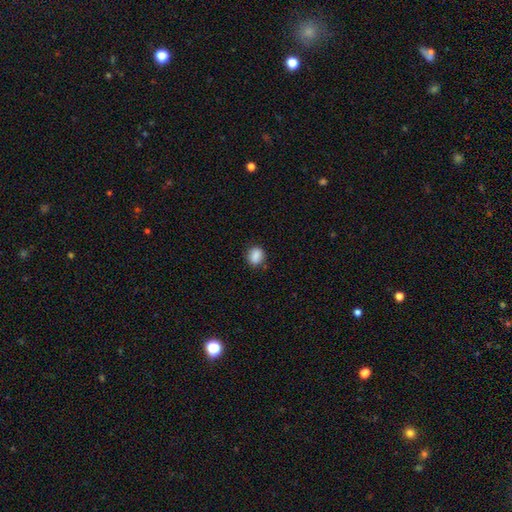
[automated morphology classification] Q: Smooth or featured?
A: smooth (86%); runner-up: star or artifact (9%)
Q: How rounded?
A: round (58%); runner-up: in between (40%)
Q: Merging?
A: none (80%); runner-up: minor disturbance (14%)